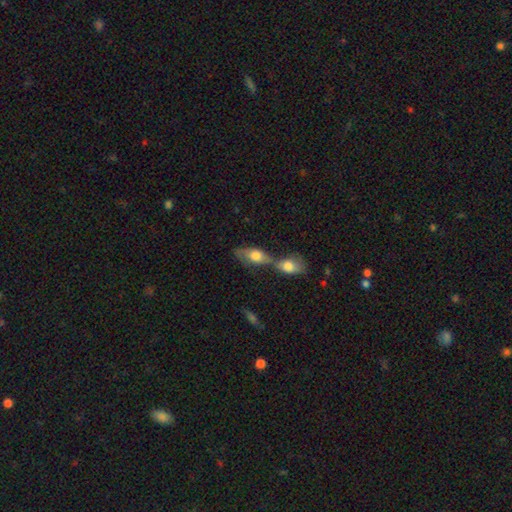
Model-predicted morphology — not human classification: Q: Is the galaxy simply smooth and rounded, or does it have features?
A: smooth — 65%.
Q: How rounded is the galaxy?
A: in between — 80%.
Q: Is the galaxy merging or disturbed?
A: merger — 61%.